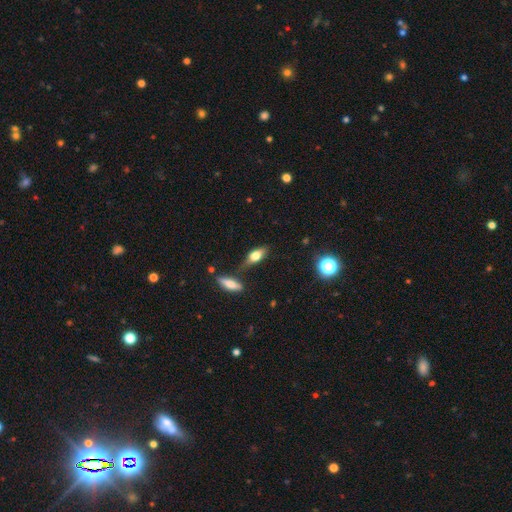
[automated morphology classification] Overall: smooth (65%; featured or disk 26%). How rounded: in between (72%). Merging: none (66%).